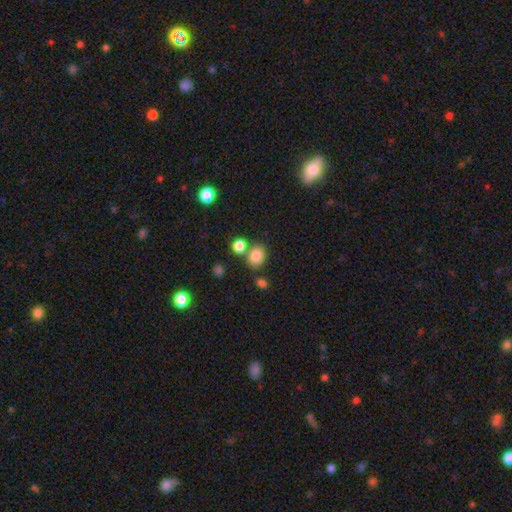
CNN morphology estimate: Smooth or featured? smooth (82%)
How rounded? round (51%)
Merging? none (64%)